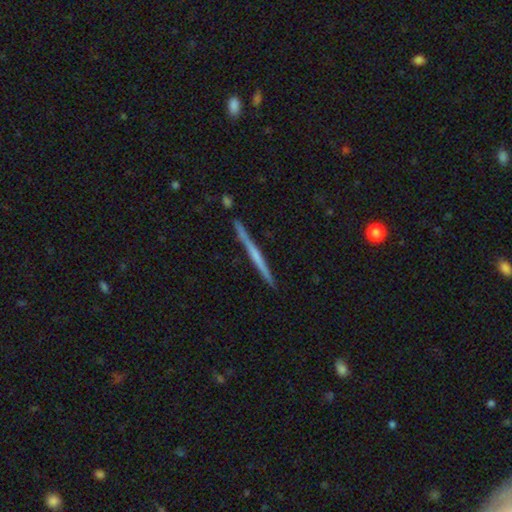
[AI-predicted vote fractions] A featured or disk galaxy (60%) viewed edge-on (98%) with no central bulge (77%).

Vote fractions:
- Smooth or featured? featured or disk: 60% / smooth: 34% / star or artifact: 6%
- Edge-on disk? yes: 98% / no: 2%
- Edge-on bulge? none: 77% / rounded: 17% / boxy: 6%
- Merging? none: 90% / minor disturbance: 7% / merger: 2% / major disturbance: 1%